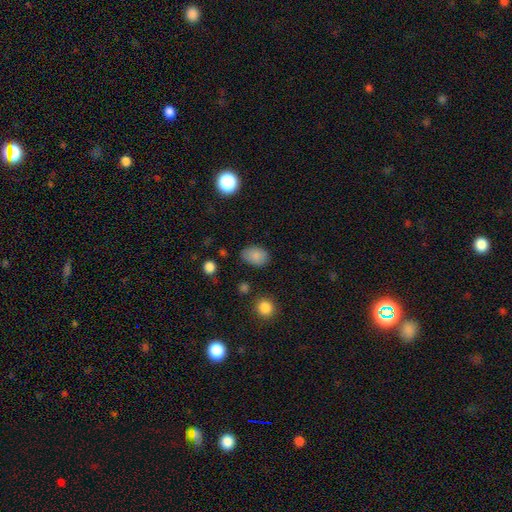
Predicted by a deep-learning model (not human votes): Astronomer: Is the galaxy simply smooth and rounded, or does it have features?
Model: smooth — 85%.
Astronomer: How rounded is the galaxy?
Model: in between — 83%.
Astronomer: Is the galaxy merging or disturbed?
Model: none — 79%.